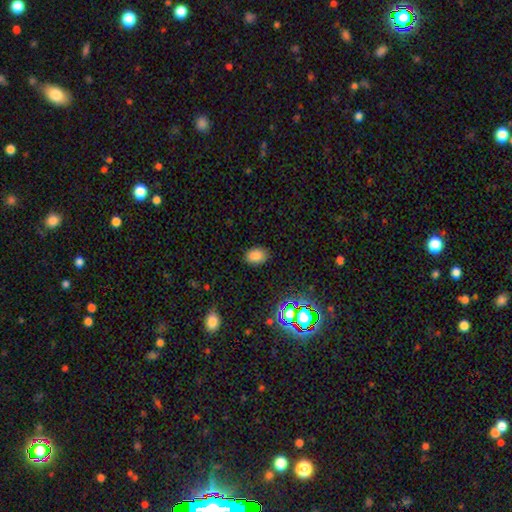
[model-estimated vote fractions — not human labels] This is clearly a smooth galaxy (80%). How rounded: likely in between (78%). Merging: clearly none (86%).